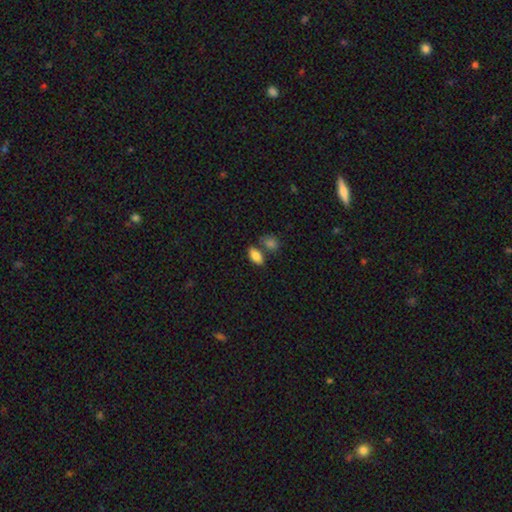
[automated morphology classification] Smooth or featured? Predicted: smooth (p=0.84). How rounded? Predicted: in between (p=0.90). Merging? Predicted: none (p=0.62).